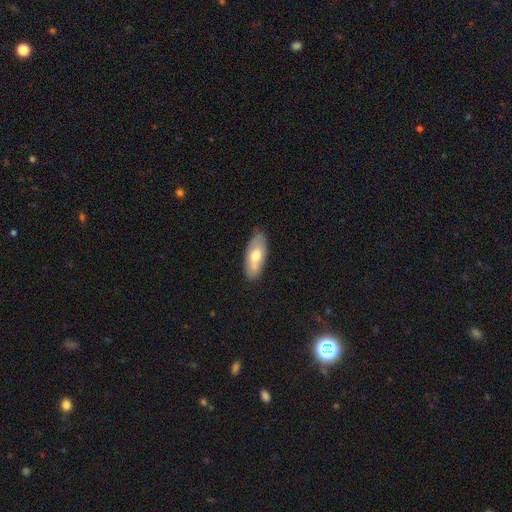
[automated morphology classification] smooth 62%, featured or disk 32%, star or artifact 6%. Down the decision tree: how rounded — in between (85%); merging — none (75%).